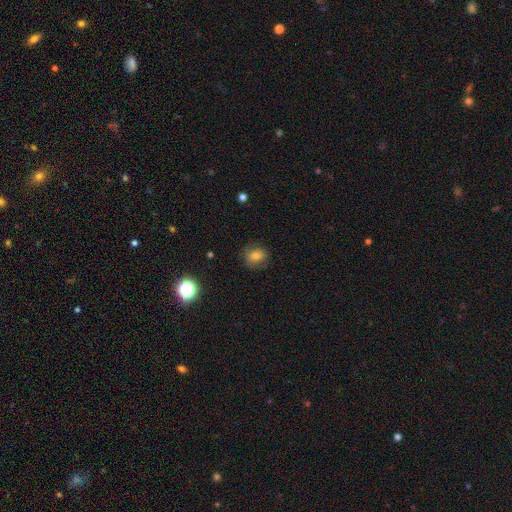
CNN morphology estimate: Q: Smooth or featured?
A: smooth (71%); runner-up: featured or disk (16%)
Q: How rounded?
A: round (62%); runner-up: in between (37%)
Q: Merging?
A: none (78%); runner-up: minor disturbance (16%)